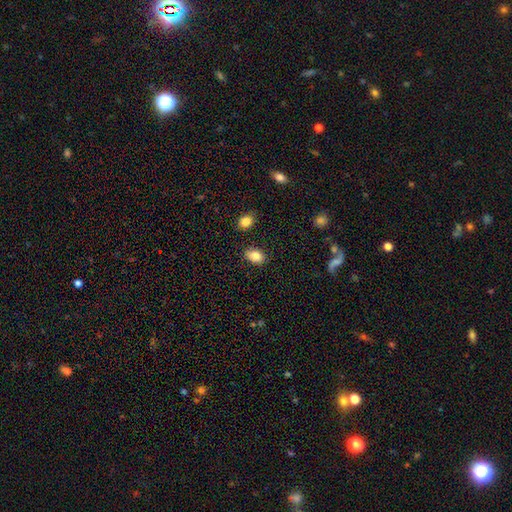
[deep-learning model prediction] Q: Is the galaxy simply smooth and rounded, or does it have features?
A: smooth — 85%.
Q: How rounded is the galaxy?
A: in between — 84%.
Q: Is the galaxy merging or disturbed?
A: none — 83%.